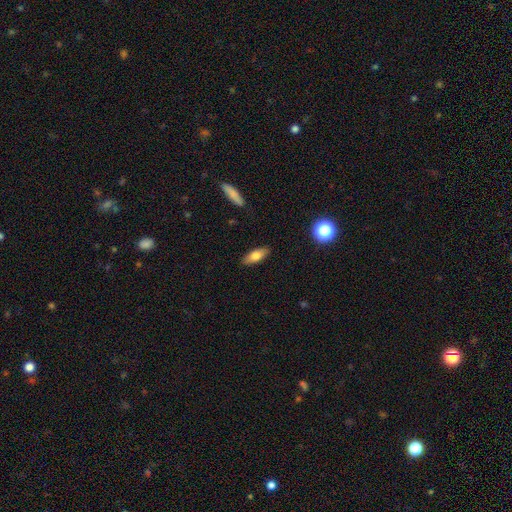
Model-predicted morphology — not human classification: Overall: smooth (74%). How rounded: in between (71%). Merging: none (88%).